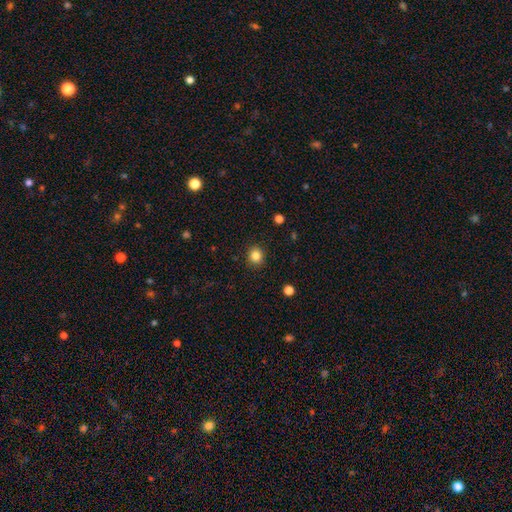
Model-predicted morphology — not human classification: This is clearly a smooth galaxy (84%). How rounded: clearly round (82%). Merging: clearly none (91%).